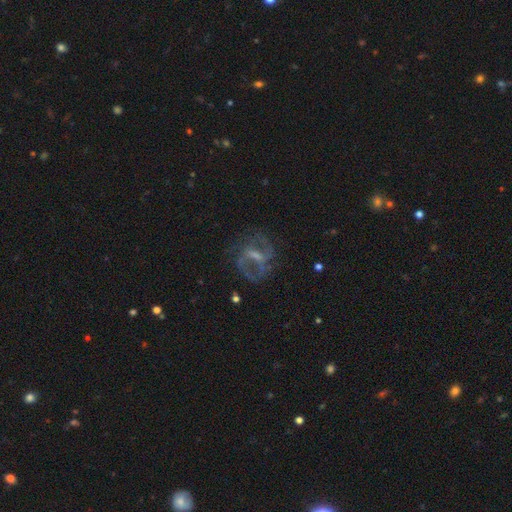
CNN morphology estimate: This appears to be a featured or disk galaxy (77%) with a weak bar (47%), 2 (68%) medium (49%) spiral arms (84%) and a small central bulge (40%). Merging: none (64%).